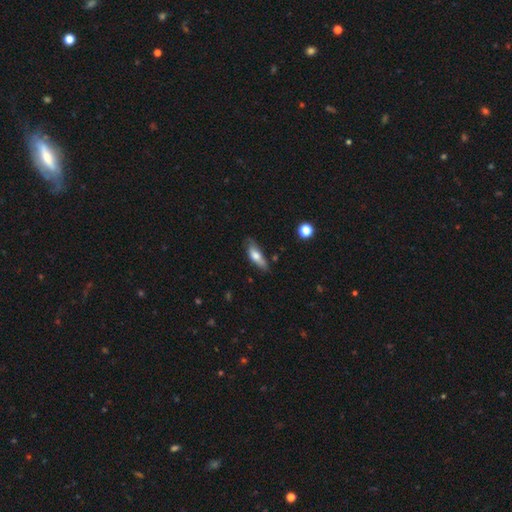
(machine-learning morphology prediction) The model was most divided on "how rounded": in between: 57%, cigar-shaped: 40%, round: 3%. More confident: smooth or featured — smooth (67%); merging — none (65%).